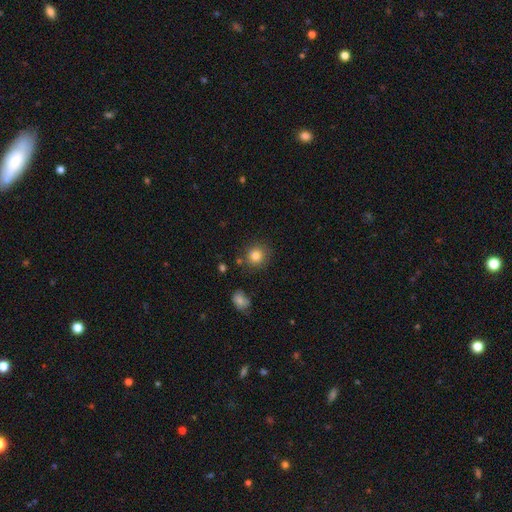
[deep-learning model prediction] The model was most divided on "merging": none: 80%, minor disturbance: 12%, merger: 5%, major disturbance: 3%. More confident: how rounded — round (86%); smooth or featured — smooth (82%).